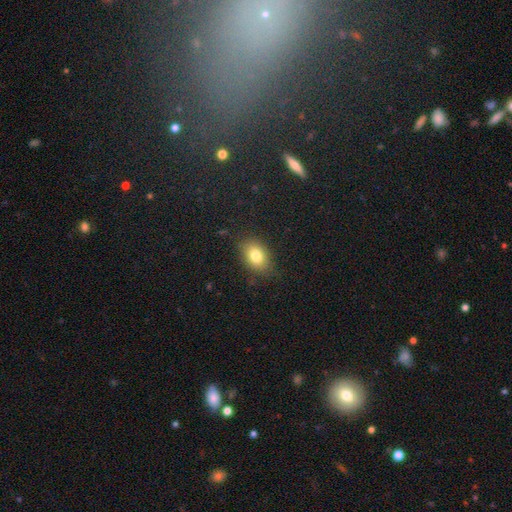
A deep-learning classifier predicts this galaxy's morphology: type=smooth (80%); roundness=in between (77%); merging=none (81%).